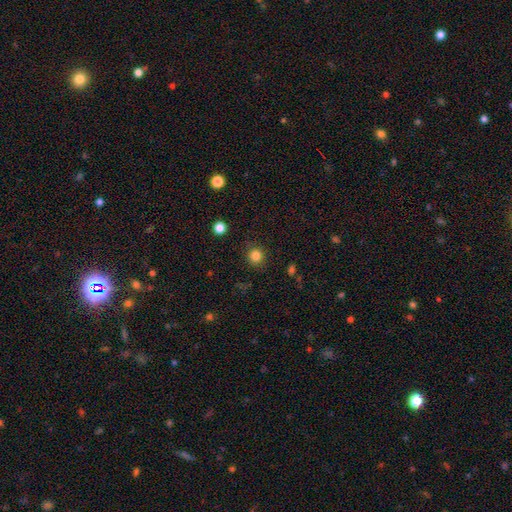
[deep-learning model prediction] smooth_or_featured: smooth (p=0.83) [alt: star or artifact p=0.13]
how_rounded: round (p=0.92) [alt: in between p=0.07]
merging: none (p=0.89) [alt: minor disturbance p=0.08]